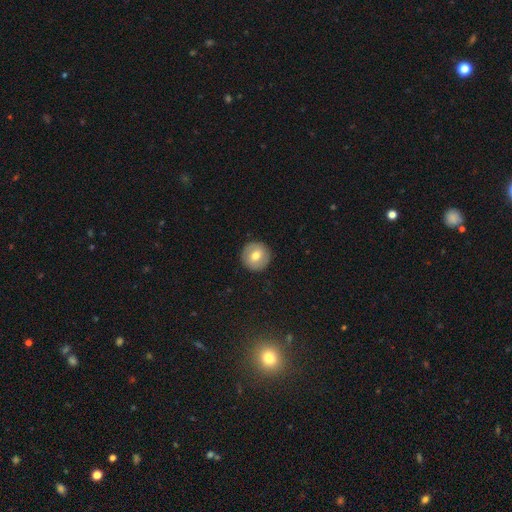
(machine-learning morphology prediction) smooth 67%, featured or disk 25%, star or artifact 8%. Down the decision tree: how rounded — round (95%); merging — none (91%).